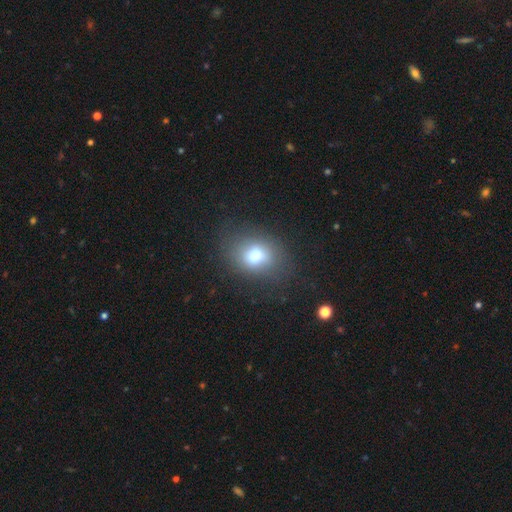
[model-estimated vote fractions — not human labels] Smooth or featured: smooth — 71% (featured or disk — 17%)
How rounded: in between — 58% (round — 41%)
Merging: none — 75% (minor disturbance — 16%)